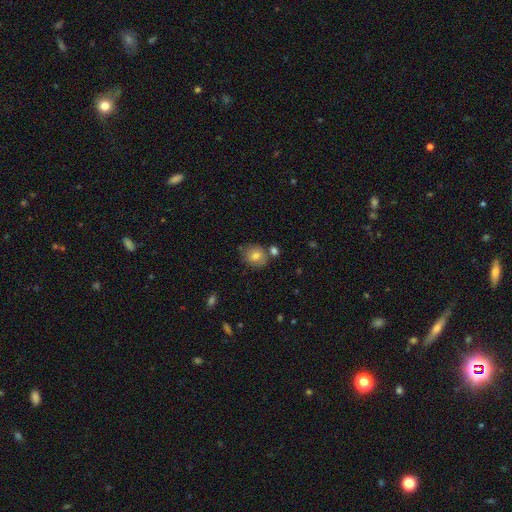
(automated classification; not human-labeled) Smooth or featured? Predicted: smooth (p=0.77). How rounded? Predicted: round (p=0.68). Merging? Predicted: none (p=0.70).